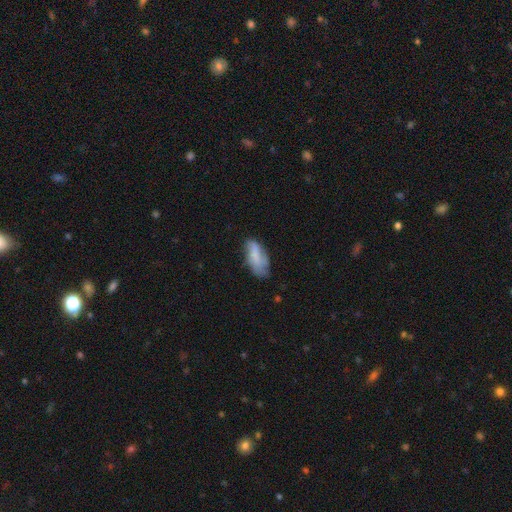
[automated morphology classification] smooth_or_featured: smooth (p=0.66) [alt: featured or disk p=0.27]
how_rounded: in between (p=0.85) [alt: cigar-shaped p=0.13]
merging: none (p=0.49) [alt: minor disturbance p=0.34]